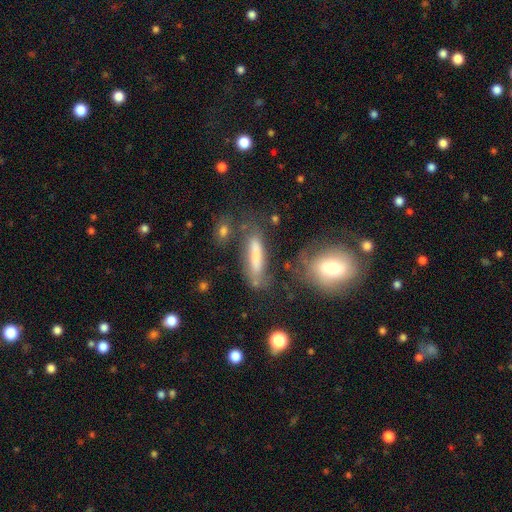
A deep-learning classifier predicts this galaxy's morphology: A smooth galaxy with no disk features (67%) that is cigar-shaped (72%). Merging: none (58%).